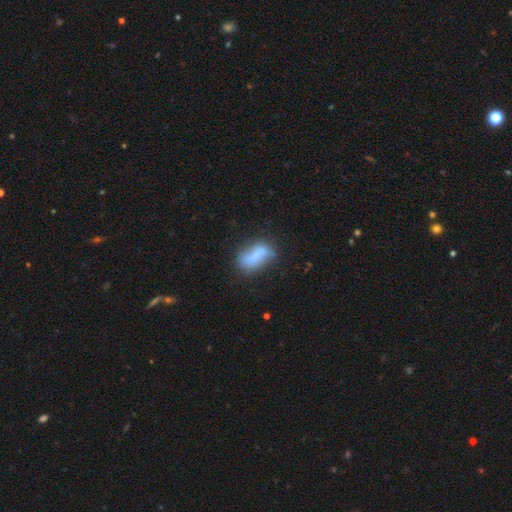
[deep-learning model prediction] This appears to be a smooth galaxy with no disk features (64%) that is in between round and cigar-shaped (79%). Merging: none (48%).